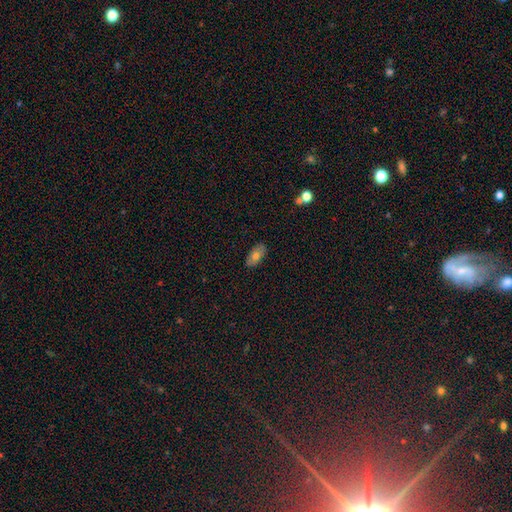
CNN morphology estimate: Overall: smooth (71%). How rounded: in between (91%). Merging: none (87%).